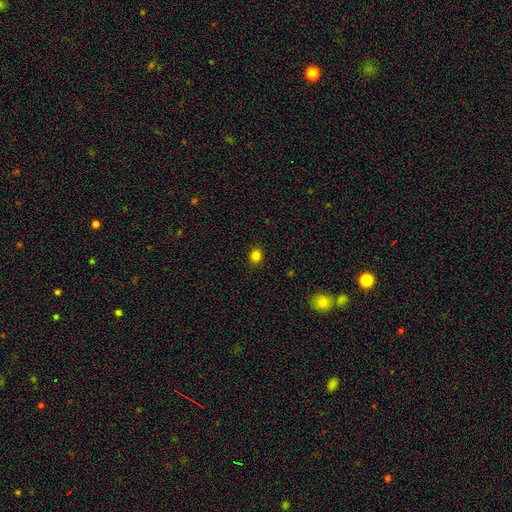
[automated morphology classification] A smooth galaxy with no disk features (82%) that is round (76%). Merging: none (90%).